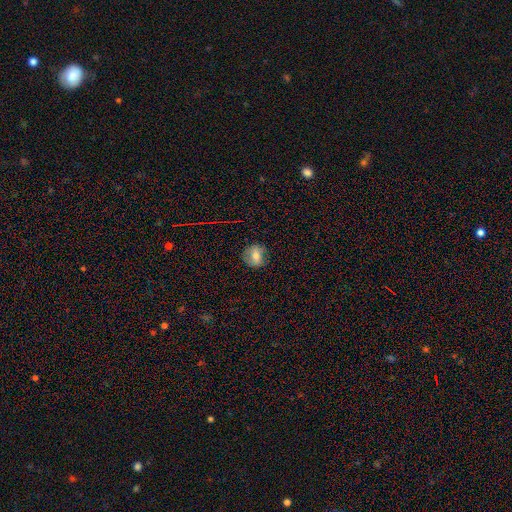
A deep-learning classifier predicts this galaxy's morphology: Smooth or featured?
  - smooth: 69% *
  - featured or disk: 19%
  - star or artifact: 12%
How rounded?
  - round: 79% *
  - in between: 19%
  - cigar-shaped: 1%
Merging?
  - none: 77% *
  - minor disturbance: 17%
  - major disturbance: 4%
  - merger: 1%